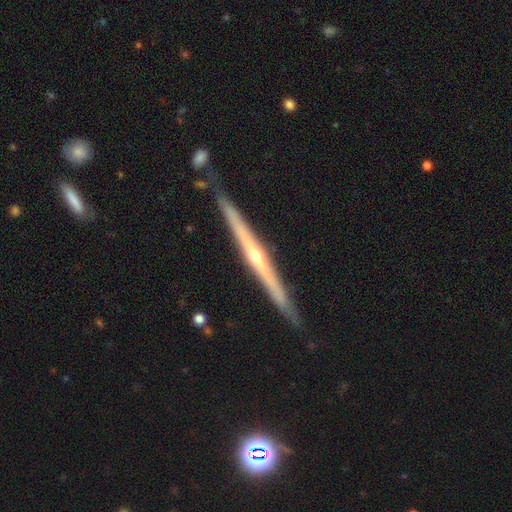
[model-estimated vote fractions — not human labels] Smooth or featured: featured or disk — 82% (smooth — 12%)
Edge-on disk: yes — 98% (no — 2%)
Edge-on bulge: rounded — 76% (none — 21%)
Merging: none — 87% (minor disturbance — 9%)